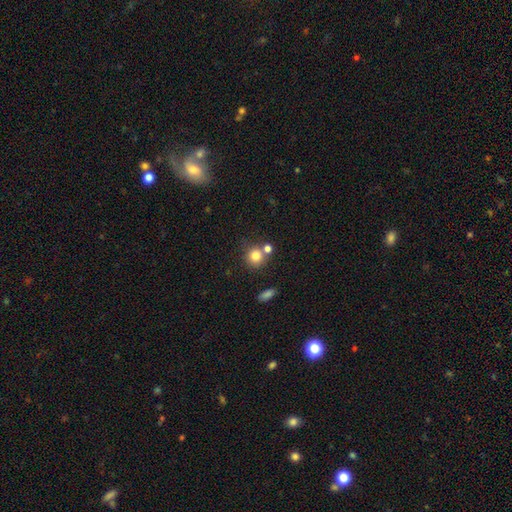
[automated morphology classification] Smooth or featured: smooth — 80% (star or artifact — 11%)
How rounded: round — 87% (in between — 12%)
Merging: none — 59% (merger — 27%)